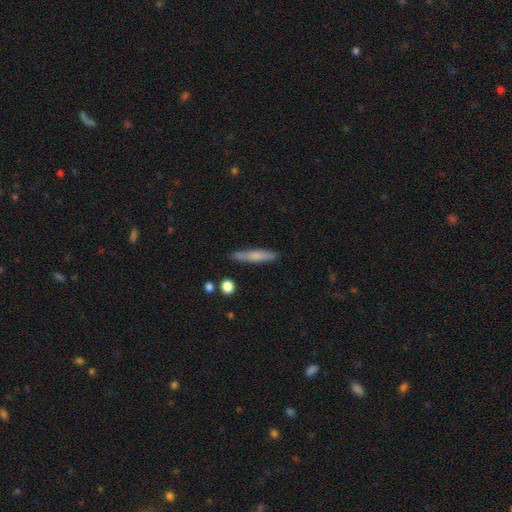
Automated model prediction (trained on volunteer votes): smooth 67%, featured or disk 26%, star or artifact 7%. Down the decision tree: how rounded — cigar-shaped (91%); merging — none (82%).